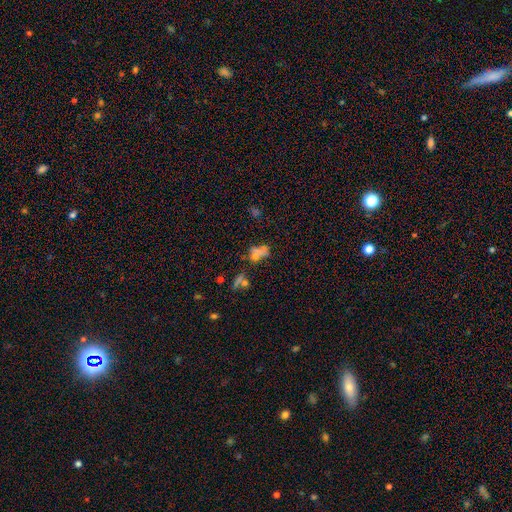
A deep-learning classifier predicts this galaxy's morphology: Smooth or featured: smooth — 48% (star or artifact — 32%)
Merging: none — 39% (merger — 35%)